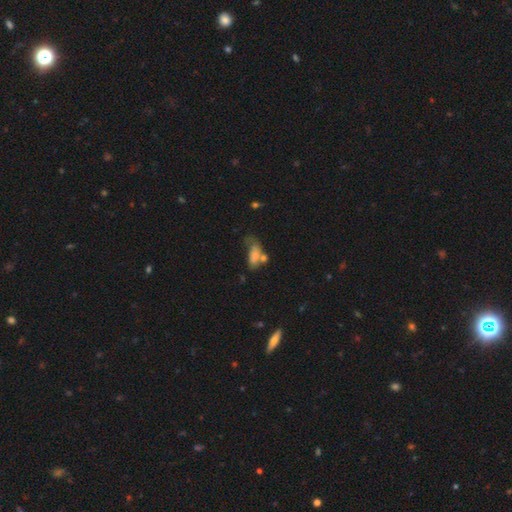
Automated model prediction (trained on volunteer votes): Morphology: type=smooth (69%); roundness=in between (83%); merging=merger (27%).